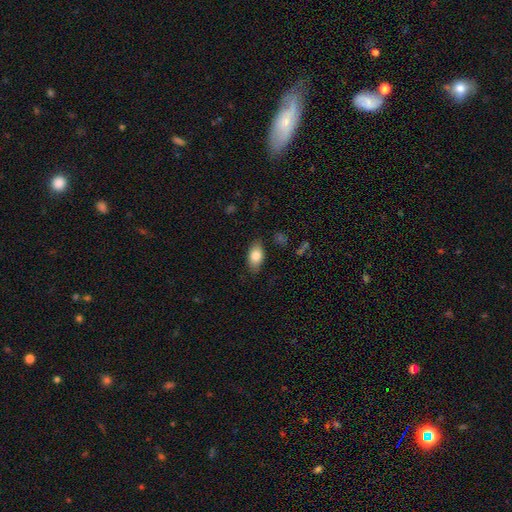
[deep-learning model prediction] smooth-or-featured: smooth: 82% | featured or disk: 11% | star or artifact: 7%
  how-rounded: in between: 90% | round: 5% | cigar-shaped: 5%
  merging: none: 84% | minor disturbance: 12% | major disturbance: 3% | merger: 1%